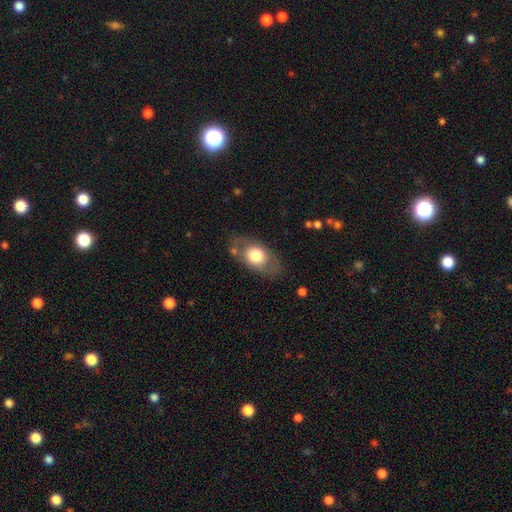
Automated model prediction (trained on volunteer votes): The model was most divided on "smooth or featured": smooth: 62%, featured or disk: 32%, star or artifact: 6%. More confident: how rounded — in between (82%); merging — none (73%).